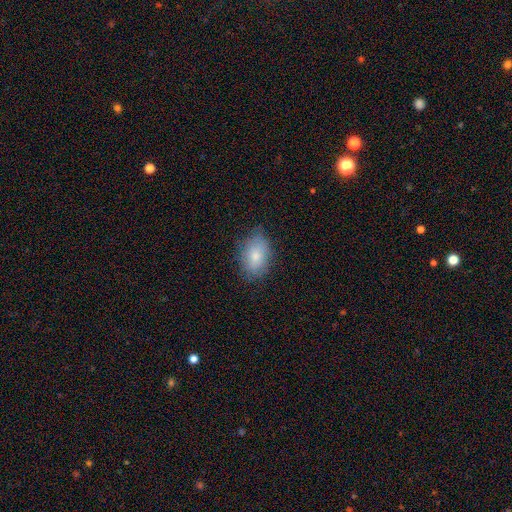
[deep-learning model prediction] This appears to be a smooth galaxy with no disk features (81%) that is in between round and cigar-shaped (84%). Merging: none (79%).